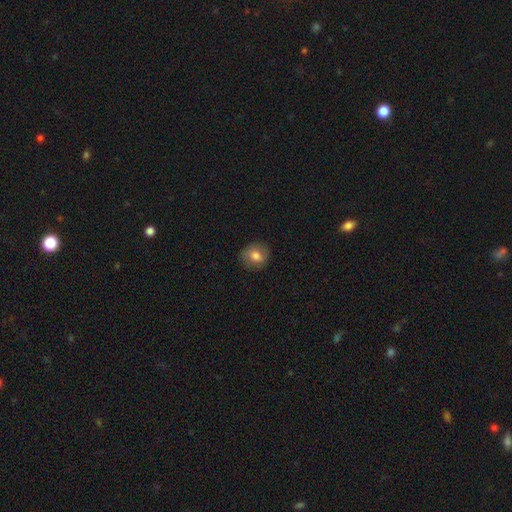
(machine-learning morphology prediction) This is likely a smooth galaxy (73%). How rounded: likely round (79%). Merging: clearly none (84%).